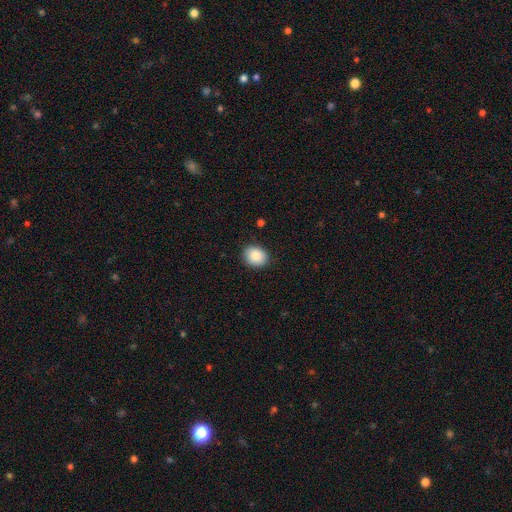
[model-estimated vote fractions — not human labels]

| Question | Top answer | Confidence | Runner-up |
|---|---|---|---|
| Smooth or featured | smooth | 86% | star or artifact (8%) |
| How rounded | round | 60% | in between (39%) |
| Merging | none | 87% | minor disturbance (10%) |